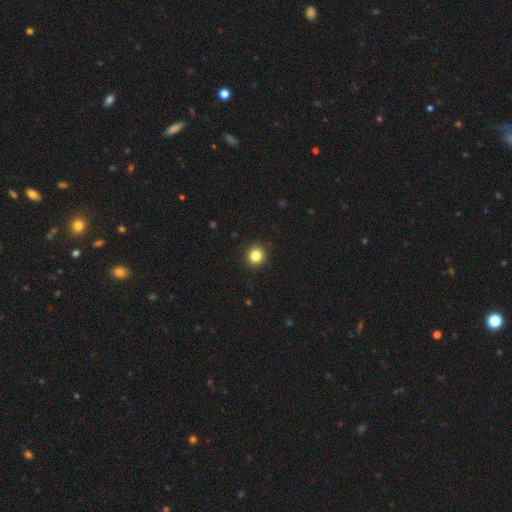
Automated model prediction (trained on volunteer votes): Smooth or featured: smooth — 84% (star or artifact — 11%)
How rounded: round — 90% (in between — 9%)
Merging: none — 93% (minor disturbance — 5%)